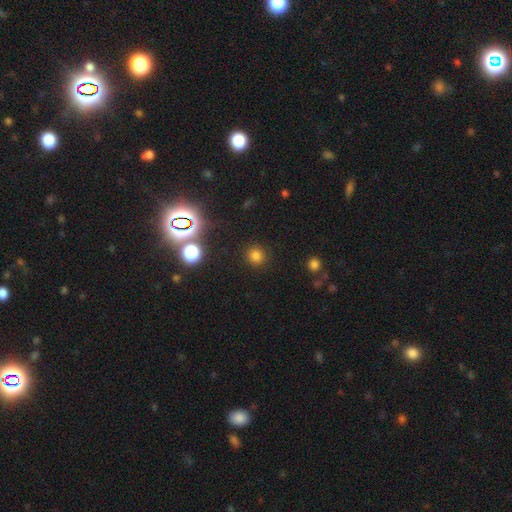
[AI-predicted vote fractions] A smooth galaxy with no disk features (75%) that is round (91%). Merging: none (90%).